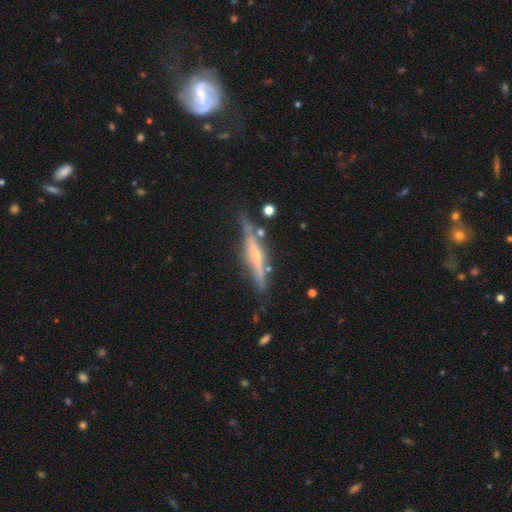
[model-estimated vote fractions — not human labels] Smooth or featured: featured or disk — 77% (smooth — 16%)
Edge-on disk: yes — 96% (no — 4%)
Edge-on bulge: rounded — 70% (none — 20%)
Merging: none — 79% (minor disturbance — 14%)